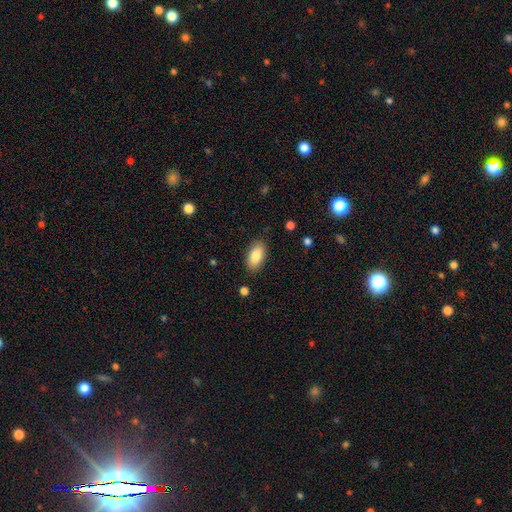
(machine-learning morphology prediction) This appears to be a smooth galaxy with no disk features (85%) that is in between round and cigar-shaped (92%). Merging: none (87%).